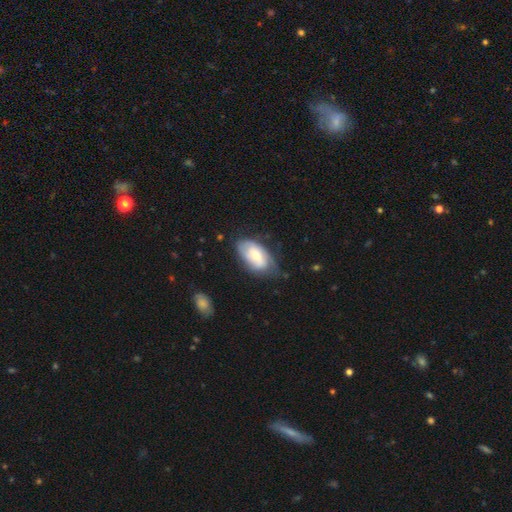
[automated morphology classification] smooth 48%, featured or disk 46%, star or artifact 6%. Down the decision tree: merging — none (56%).